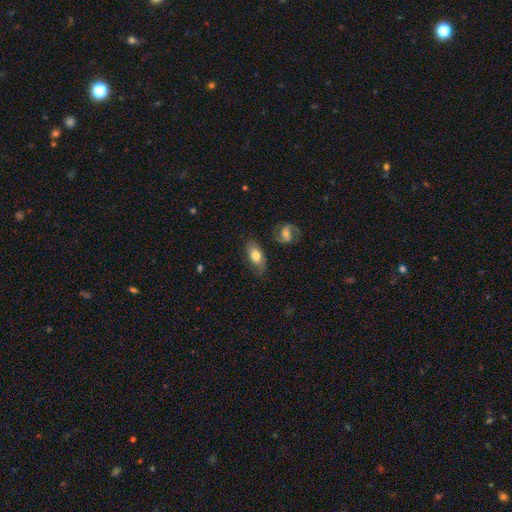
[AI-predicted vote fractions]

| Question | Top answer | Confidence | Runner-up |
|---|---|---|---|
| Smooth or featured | smooth | 67% | featured or disk (26%) |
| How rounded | in between | 88% | round (6%) |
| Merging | none | 70% | minor disturbance (20%) |